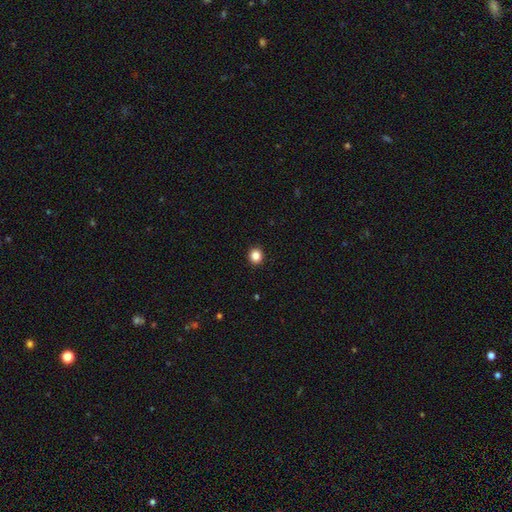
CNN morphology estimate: smooth 86%, star or artifact 11%, featured or disk 4%. Down the decision tree: how rounded — round (85%); merging — none (93%).